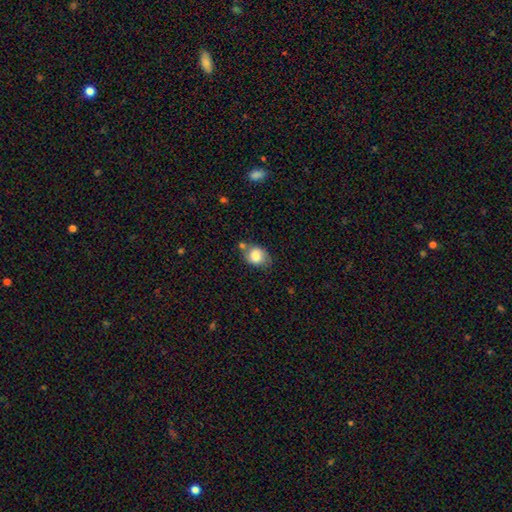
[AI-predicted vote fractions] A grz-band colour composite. It shows a smooth galaxy with no disk features (78%) that is in between round and cigar-shaped (57%). Merging: none (52%).